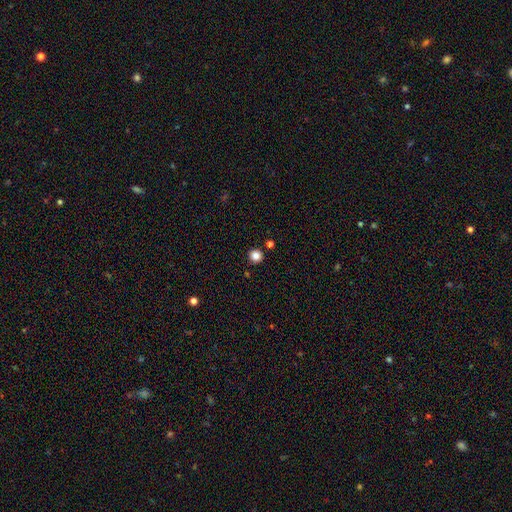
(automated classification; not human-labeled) smooth 83%, star or artifact 12%, featured or disk 4%. Down the decision tree: how rounded — round (95%); merging — none (90%).